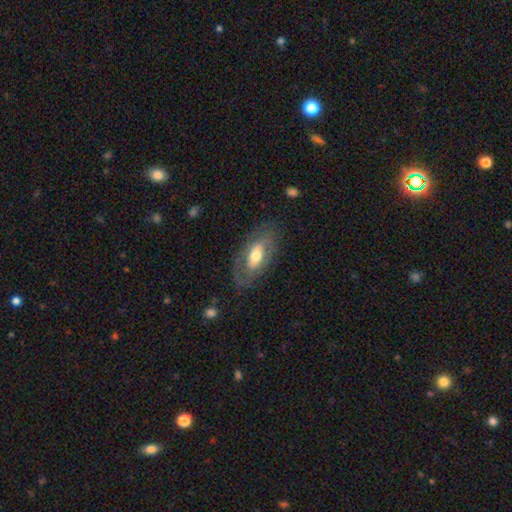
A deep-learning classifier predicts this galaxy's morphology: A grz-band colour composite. It shows a featured or disk galaxy (51%). Merging: none (76%).